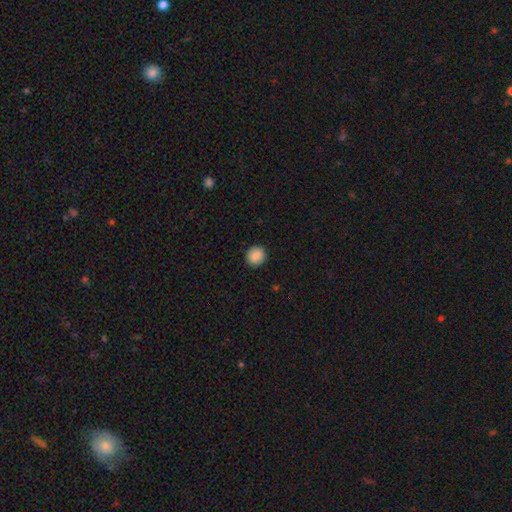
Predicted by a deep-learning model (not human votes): Smooth or featured?
  - smooth: 89% *
  - star or artifact: 8%
  - featured or disk: 3%
How rounded?
  - round: 91% *
  - in between: 8%
  - cigar-shaped: 1%
Merging?
  - none: 92% *
  - minor disturbance: 5%
  - major disturbance: 2%
  - merger: 1%